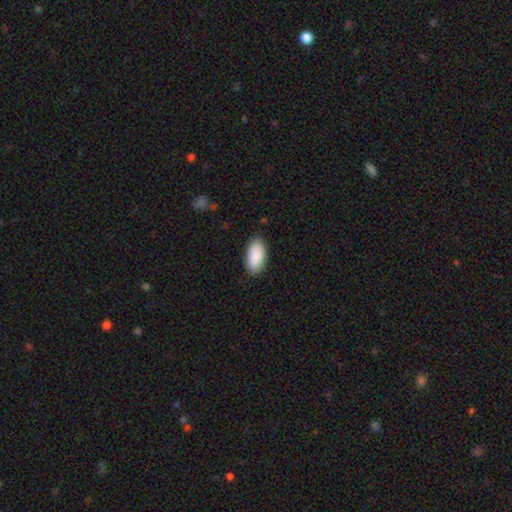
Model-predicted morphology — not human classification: A smooth galaxy with no disk features (90%) that is in between round and cigar-shaped (94%).

Vote fractions:
- Smooth or featured? smooth: 90% / star or artifact: 6% / featured or disk: 4%
- How rounded? in between: 94% / cigar-shaped: 4% / round: 2%
- Merging? none: 86% / minor disturbance: 11% / major disturbance: 2% / merger: 1%